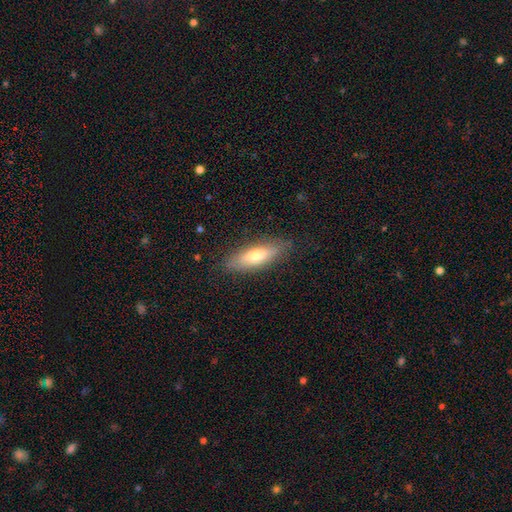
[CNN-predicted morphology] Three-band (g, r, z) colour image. It shows a smooth galaxy with no disk features (68%) that is in between round and cigar-shaped (52%). Merging: none (83%).